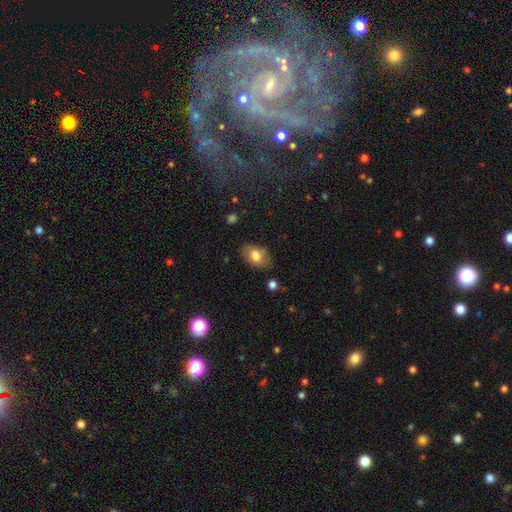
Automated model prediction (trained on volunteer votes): Overall: smooth (76%). How rounded: in between (84%). Merging: none (79%).